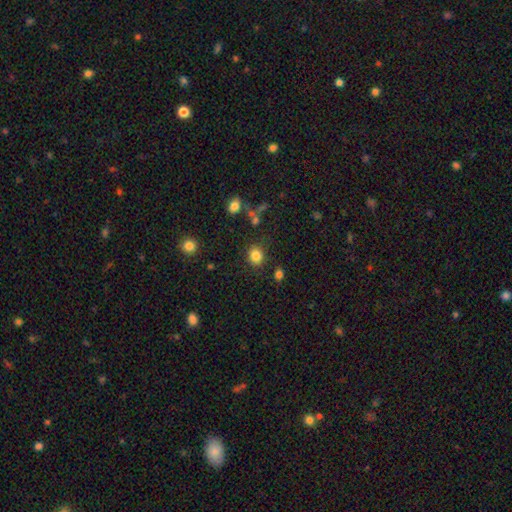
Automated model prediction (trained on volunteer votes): Q: Smooth or featured?
A: smooth (84%); runner-up: star or artifact (11%)
Q: How rounded?
A: round (69%); runner-up: in between (30%)
Q: Merging?
A: none (83%); runner-up: minor disturbance (10%)